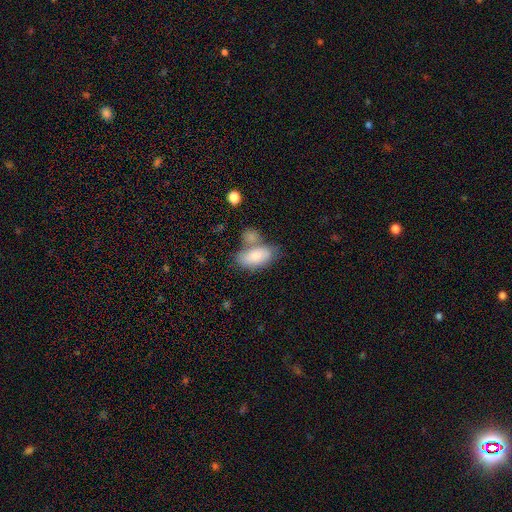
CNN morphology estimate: Smooth or featured: smooth — 82% (featured or disk — 11%)
How rounded: in between — 92% (cigar-shaped — 5%)
Merging: none — 39% (merger — 38%)